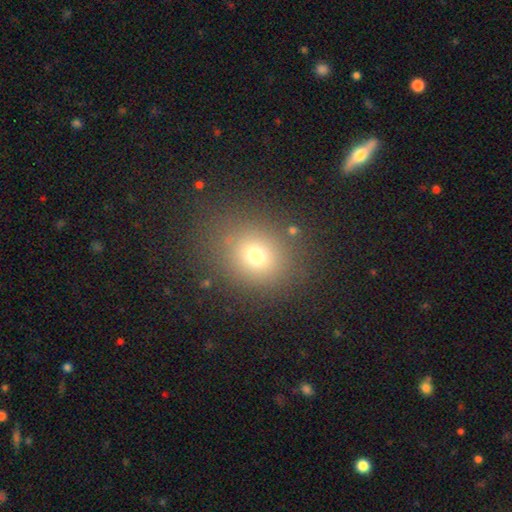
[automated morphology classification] Smooth or featured? smooth (71%)
How rounded? round (70%)
Merging? none (83%)